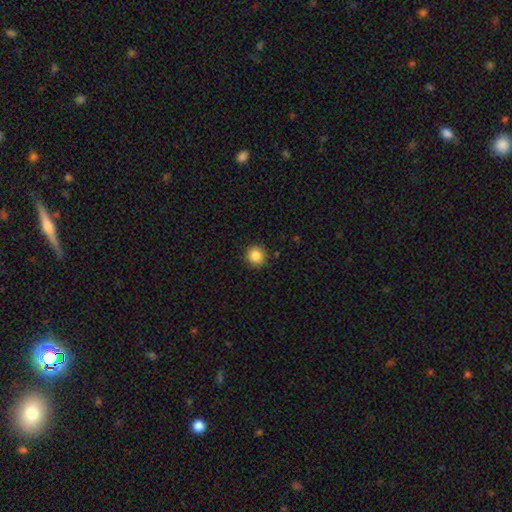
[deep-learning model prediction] smooth-or-featured: smooth: 86% | star or artifact: 10% | featured or disk: 4%
  how-rounded: round: 93% | in between: 6% | cigar-shaped: 1%
  merging: none: 91% | minor disturbance: 6% | major disturbance: 2% | merger: 1%